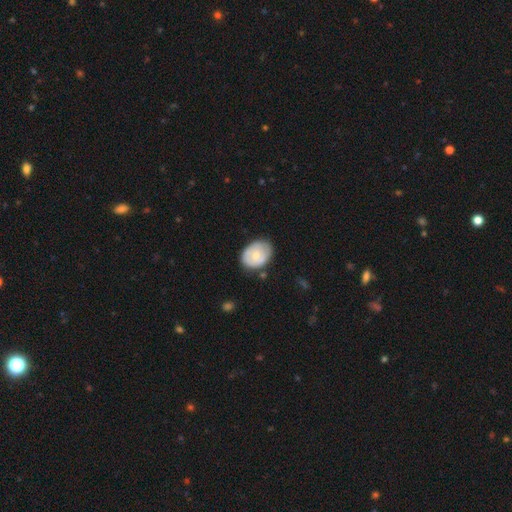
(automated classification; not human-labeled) smooth_or_featured: smooth (p=0.56) [alt: featured or disk p=0.38]
how_rounded: in between (p=0.66) [alt: round p=0.33]
merging: none (p=0.67) [alt: minor disturbance p=0.25]